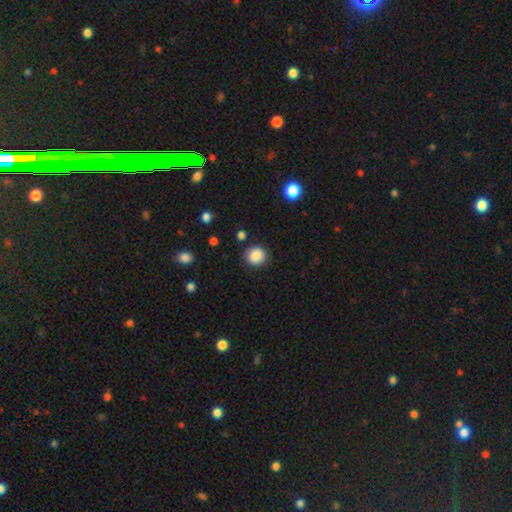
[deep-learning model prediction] smooth_or_featured: smooth (p=0.87) [alt: star or artifact p=0.09]
how_rounded: round (p=0.90) [alt: in between p=0.09]
merging: none (p=0.89) [alt: minor disturbance p=0.07]